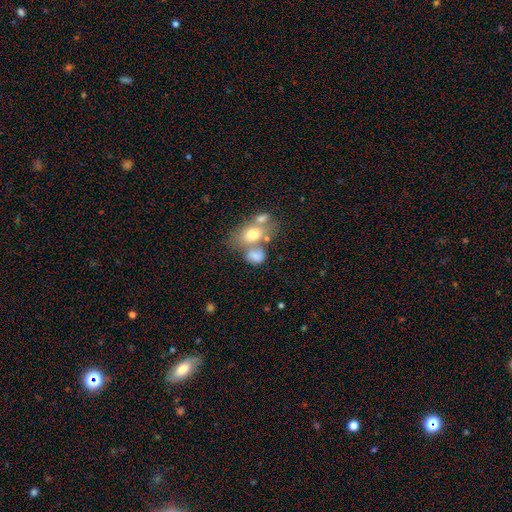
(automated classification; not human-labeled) Morphology: type=smooth (68%); roundness=in between (69%); merging=merger (49%).